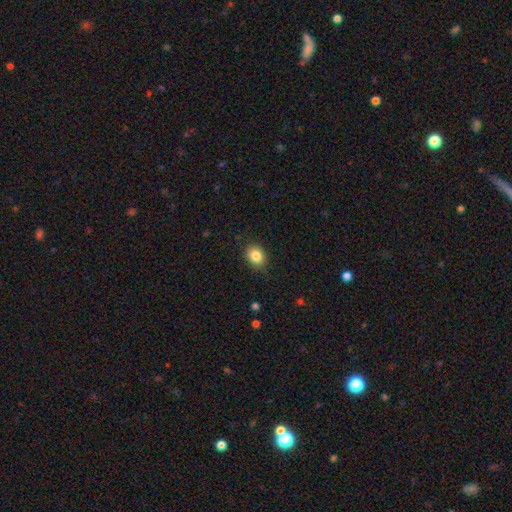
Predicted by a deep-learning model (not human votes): Smooth or featured?
  - smooth: 85% *
  - star or artifact: 9%
  - featured or disk: 6%
How rounded?
  - in between: 52% *
  - round: 47%
  - cigar-shaped: 1%
Merging?
  - none: 84% *
  - minor disturbance: 12%
  - major disturbance: 3%
  - merger: 1%